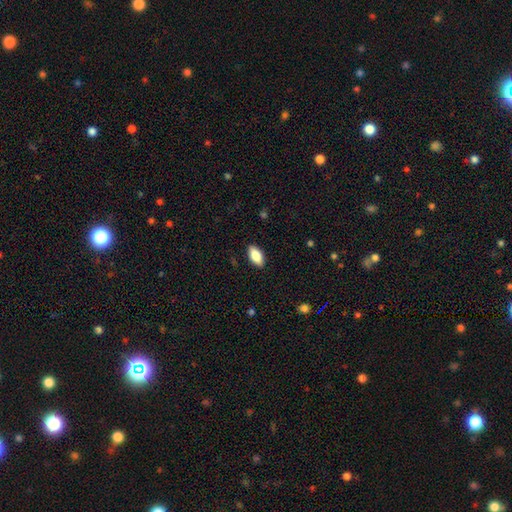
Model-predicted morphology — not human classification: smooth-or-featured: smooth: 83% | featured or disk: 11% | star or artifact: 6%
  how-rounded: in between: 90% | cigar-shaped: 8% | round: 3%
  merging: none: 89% | minor disturbance: 8% | major disturbance: 2% | merger: 1%